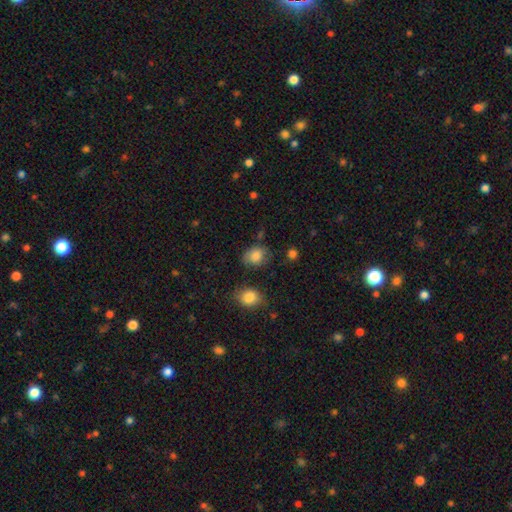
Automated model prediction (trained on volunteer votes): This appears to be a smooth galaxy with no disk features (80%) that is in between round and cigar-shaped (58%). Merging: none (63%).